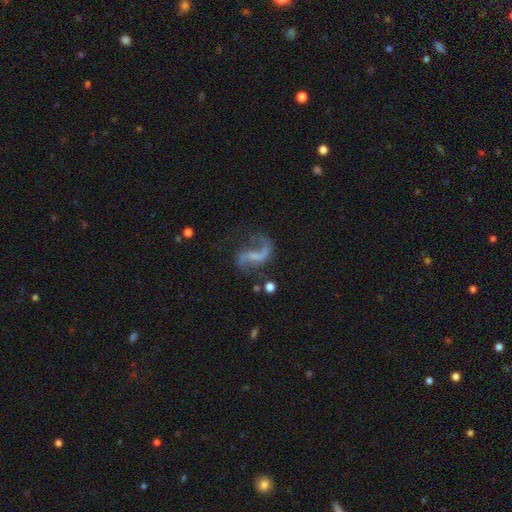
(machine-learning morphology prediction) Smooth or featured: featured or disk — 85% (smooth — 8%)
Edge-on disk: no — 97% (yes — 3%)
Bar: weak — 42% (strong — 30%)
Spiral arms: yes — 94% (no — 6%)
Spiral winding: loose — 79% (medium — 18%)
Spiral arm count: 2 — 84% (1 — 12%)
Bulge size: none — 47% (small — 37%)
Merging: none — 59% (major disturbance — 19%)